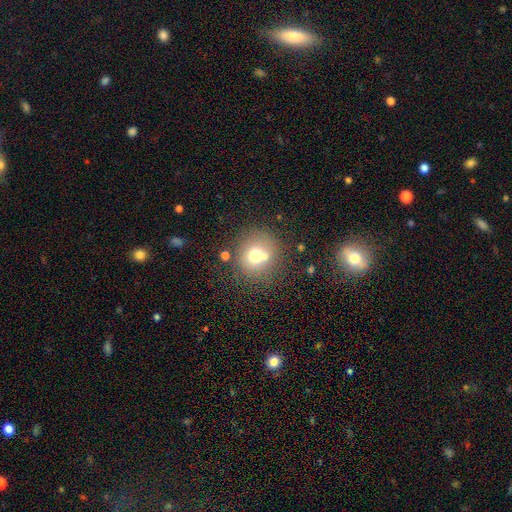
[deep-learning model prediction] Morphology: type=smooth (67%); roundness=round (87%); merging=none (62%).